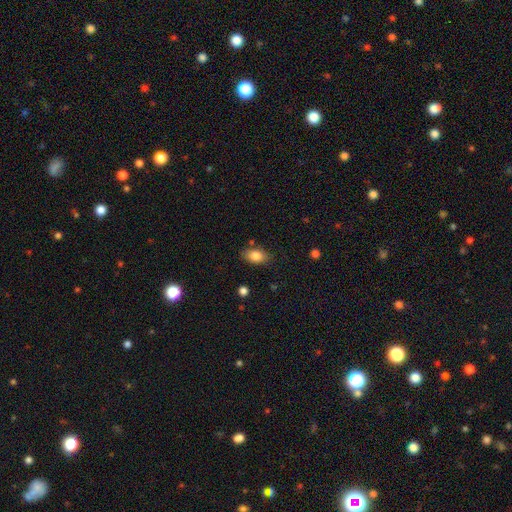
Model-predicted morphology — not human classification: A smooth galaxy with no disk features (82%) that is in between round and cigar-shaped (88%). Merging: none (81%).